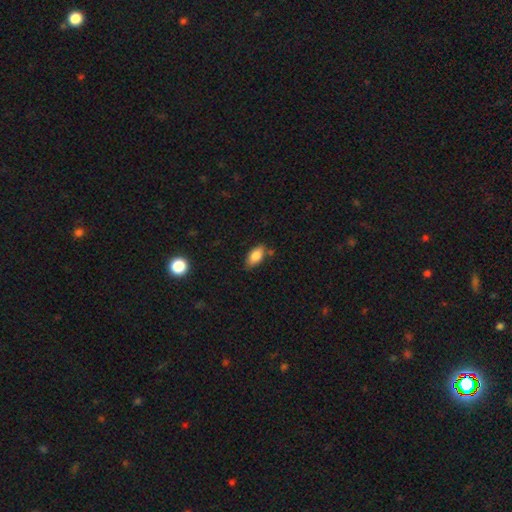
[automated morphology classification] A smooth galaxy with no disk features (84%) that is in between round and cigar-shaped (91%). Merging: none (74%).